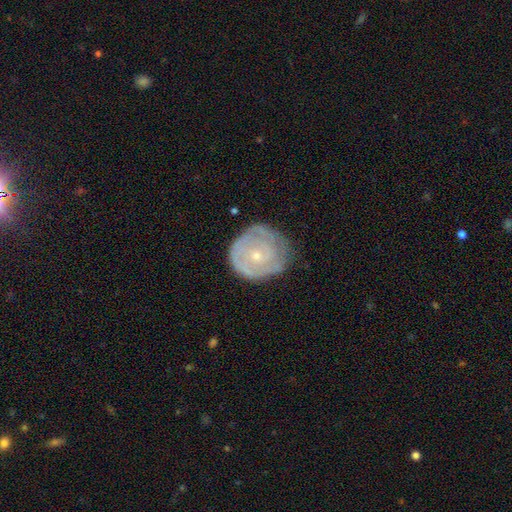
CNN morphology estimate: This appears to be a featured or disk galaxy (70%) with no bar (80%), tight (73%) spiral arms (78%) and a small central bulge (74%). Merging: none (68%).